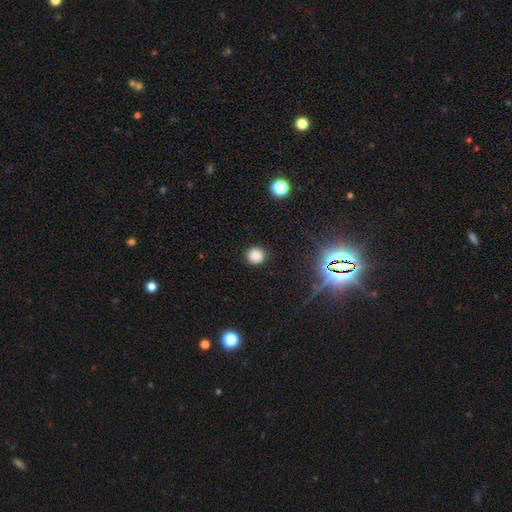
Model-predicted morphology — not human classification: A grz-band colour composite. It shows a smooth galaxy with no disk features (82%) that is round (89%). Merging: none (89%).